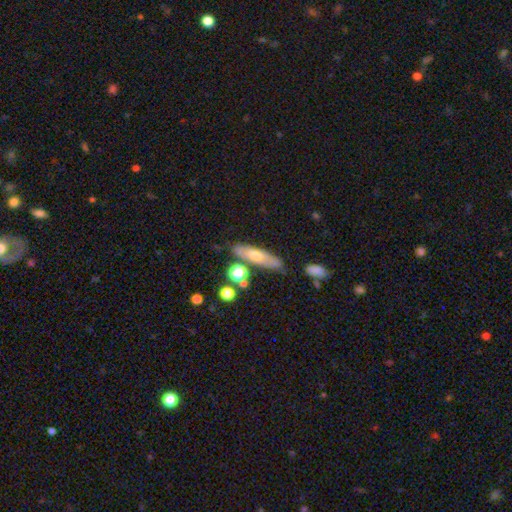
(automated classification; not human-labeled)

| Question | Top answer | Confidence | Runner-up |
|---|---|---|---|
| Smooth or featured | smooth | 56% | featured or disk (35%) |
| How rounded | cigar-shaped | 61% | in between (35%) |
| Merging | none | 75% | minor disturbance (14%) |